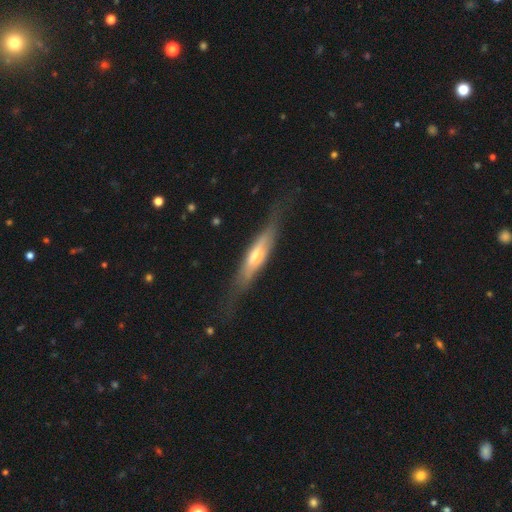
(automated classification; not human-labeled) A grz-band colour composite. It shows a featured or disk galaxy (60%) viewed edge-on (84%) with a rounded central bulge (70%). Merging: none (71%).